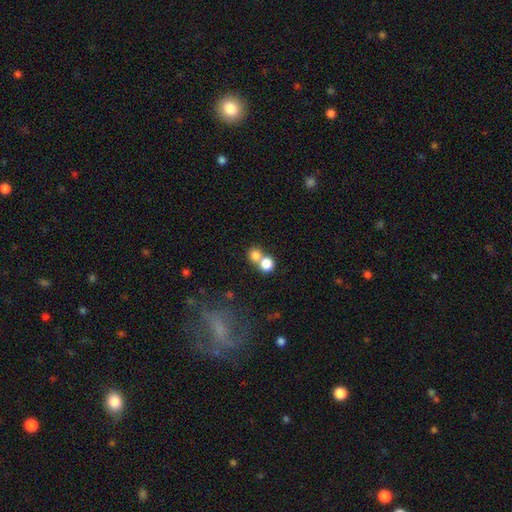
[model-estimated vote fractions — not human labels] Morphology: type=smooth (78%); roundness=round (84%); merging=merger (47%).